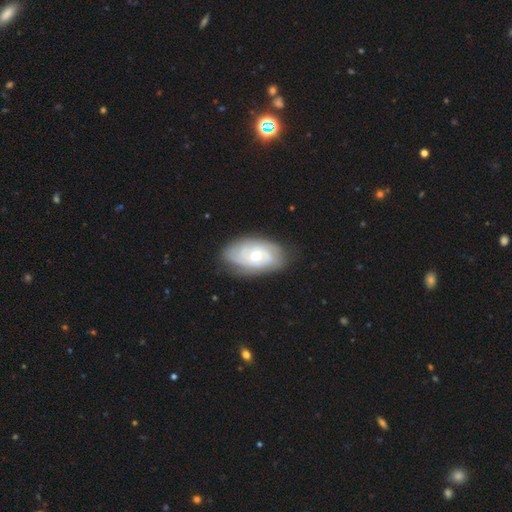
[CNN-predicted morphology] A featured or disk galaxy (75%) with no bar (76%), tight (66%) spiral arms (90%) and a moderate central bulge (59%).

Vote fractions:
- Smooth or featured? featured or disk: 75% / smooth: 20% / star or artifact: 5%
- Edge-on disk? no: 95% / yes: 5%
- Bar? no: 76% / weak: 21% / strong: 4%
- Spiral arms? yes: 90% / no: 10%
- Spiral winding? tight: 66% / medium: 26% / loose: 7%
- Spiral arm count? can't tell: 38% / 2: 24% / 3: 22% / 4: 7% / 1: 4% / more than 4: 4%
- Bulge size? moderate: 59% / small: 36% / large: 3% / none: 1% / dominant: 1%
- Merging? none: 77% / minor disturbance: 17% / major disturbance: 5% / merger: 1%